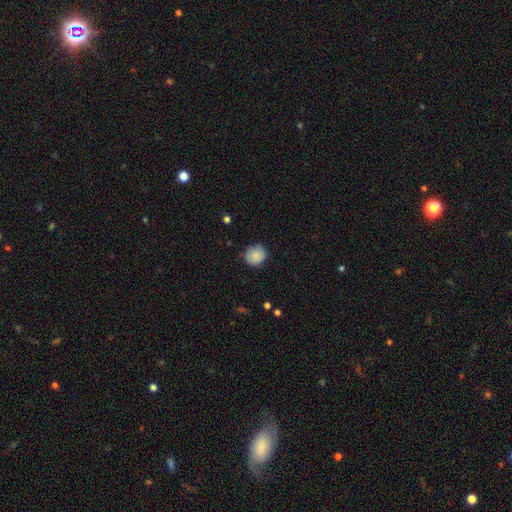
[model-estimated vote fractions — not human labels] Overall: smooth (85%). How rounded: round (88%). Merging: none (81%).